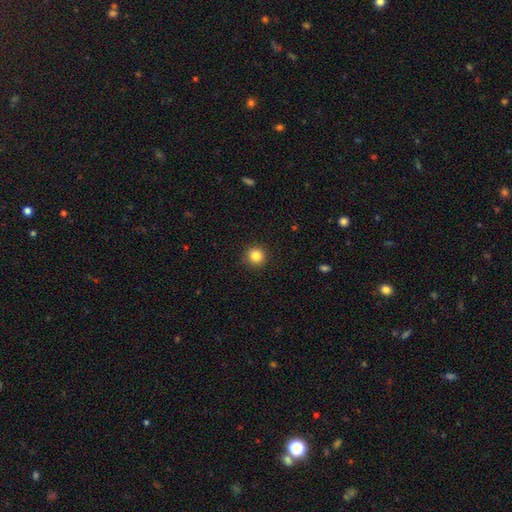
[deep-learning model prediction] smooth 85%, star or artifact 11%, featured or disk 5%. Down the decision tree: how rounded — round (95%); merging — none (92%).